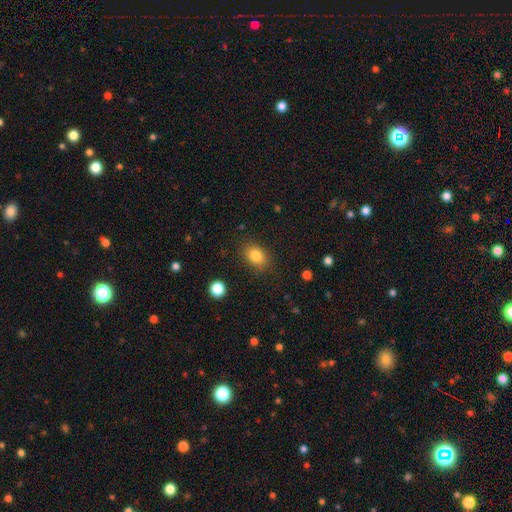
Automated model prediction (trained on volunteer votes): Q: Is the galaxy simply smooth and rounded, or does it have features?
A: smooth — 83%.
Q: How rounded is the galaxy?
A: in between — 70%.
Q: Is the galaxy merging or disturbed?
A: none — 83%.